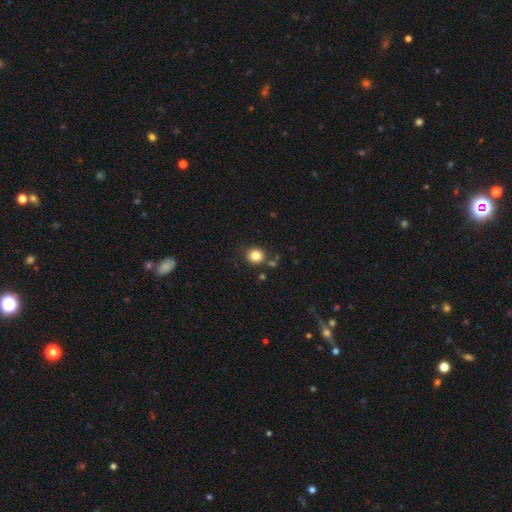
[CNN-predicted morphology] Overall: smooth (83%). How rounded: round (84%). Merging: none (79%).